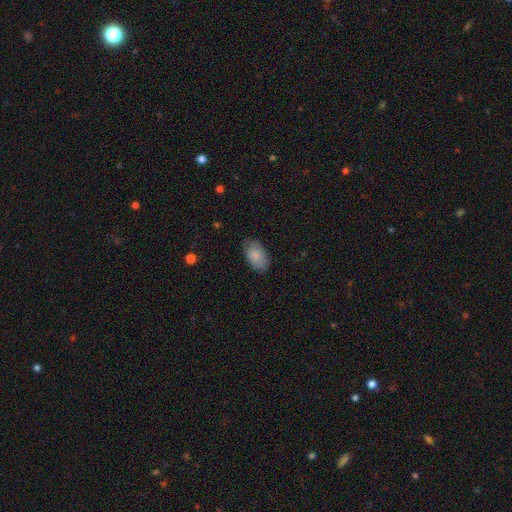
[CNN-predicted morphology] This is clearly a smooth galaxy (84%). How rounded: clearly in between (93%). Merging: likely none (77%).